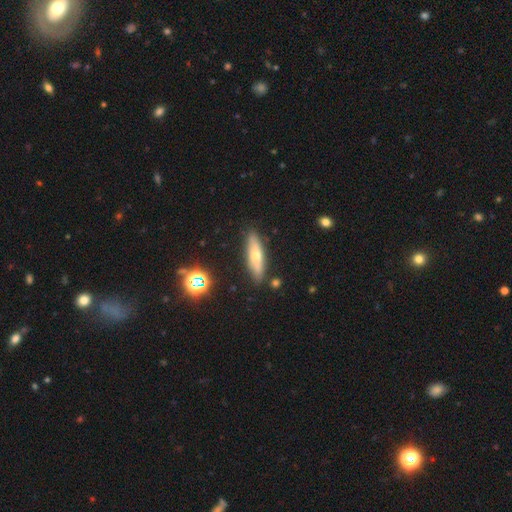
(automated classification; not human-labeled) This is possibly a smooth galaxy (47%). Merging: clearly none (86%).